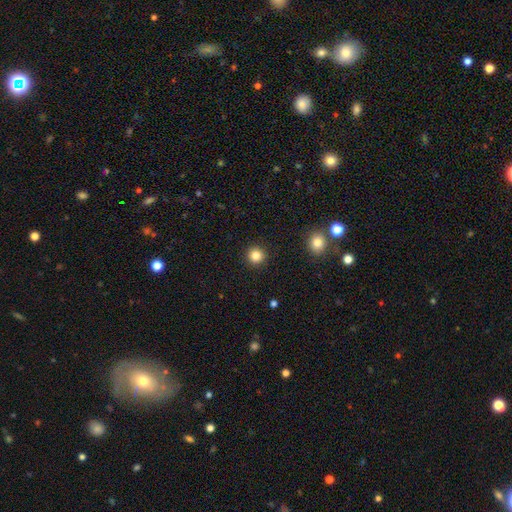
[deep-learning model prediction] Morphology: type=smooth (83%); roundness=round (95%); merging=none (93%).